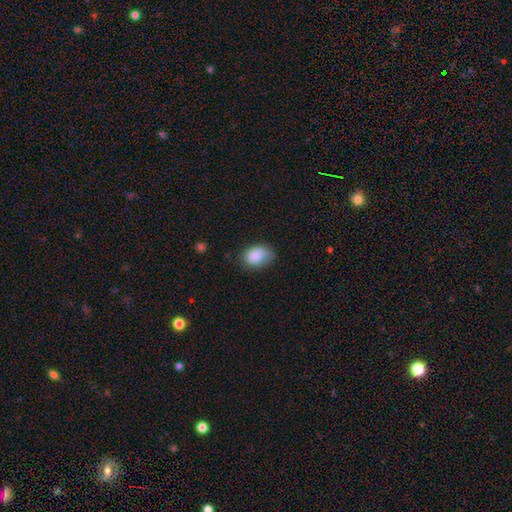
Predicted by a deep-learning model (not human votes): This appears to be a smooth galaxy with no disk features (86%) that is in between round and cigar-shaped (75%). Merging: none (56%).